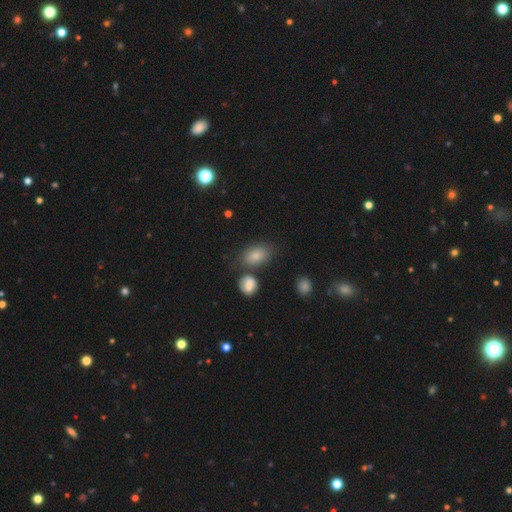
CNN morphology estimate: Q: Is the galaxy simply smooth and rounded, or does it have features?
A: smooth — 83%.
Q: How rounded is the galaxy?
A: in between — 85%.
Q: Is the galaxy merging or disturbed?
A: none — 64%.